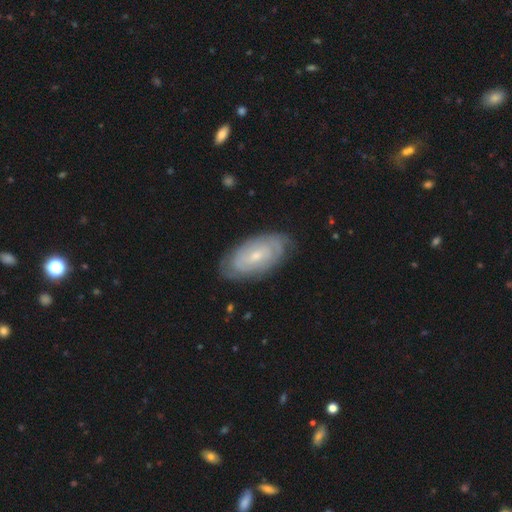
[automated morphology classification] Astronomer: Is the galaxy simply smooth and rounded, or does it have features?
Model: featured or disk — 72%.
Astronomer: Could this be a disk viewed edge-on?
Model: no — 93%.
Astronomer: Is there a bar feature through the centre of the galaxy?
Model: no — 49% (runner-up: weak, 42%).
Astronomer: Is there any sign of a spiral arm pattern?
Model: yes — 87%.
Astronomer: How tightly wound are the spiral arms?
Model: tight — 75%.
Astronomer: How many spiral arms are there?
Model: can't tell — 52%.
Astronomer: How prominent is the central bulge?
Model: small — 64%.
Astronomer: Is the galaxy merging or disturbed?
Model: none — 81%.